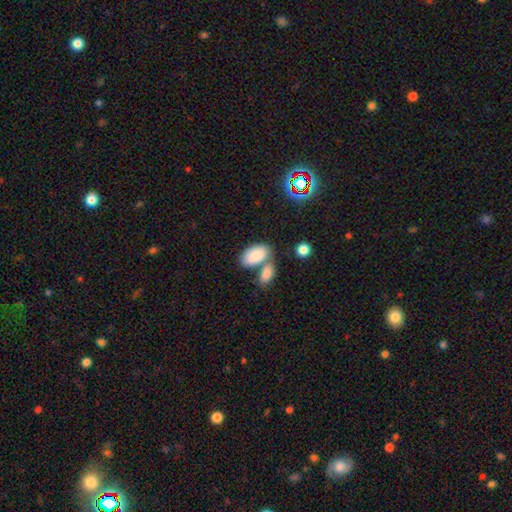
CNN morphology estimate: A smooth galaxy with no disk features (85%) that is in between round and cigar-shaped (95%).

Vote fractions:
- Smooth or featured? smooth: 85% / featured or disk: 8% / star or artifact: 7%
- How rounded? in between: 95% / round: 4% / cigar-shaped: 2%
- Merging? merger: 42% / none: 41% / minor disturbance: 12% / major disturbance: 5%